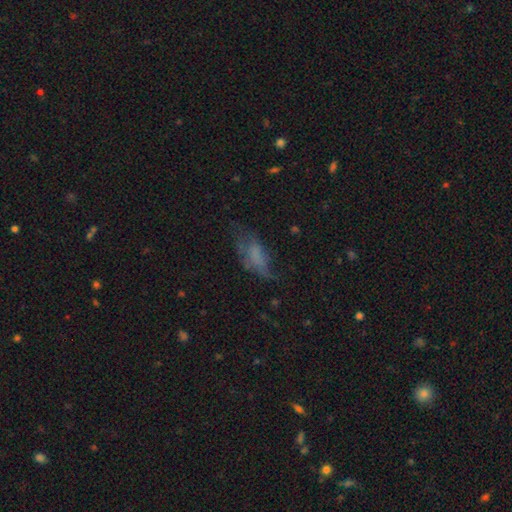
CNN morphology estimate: smooth 54%, featured or disk 31%, star or artifact 15%. Down the decision tree: how rounded — in between (77%); merging — major disturbance (35%, tied with none).